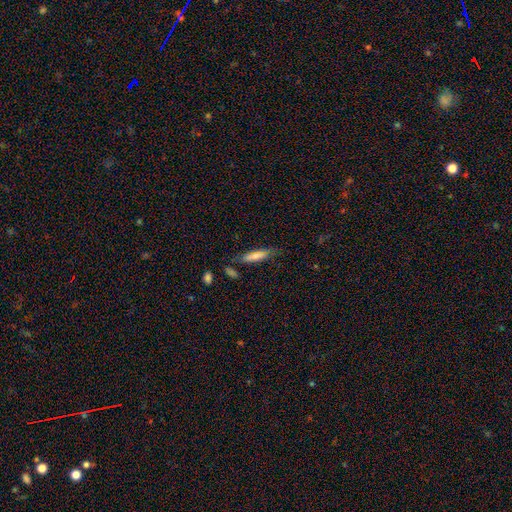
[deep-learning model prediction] A smooth galaxy with no disk features (72%) that is cigar-shaped (77%).

Vote fractions:
- Smooth or featured? smooth: 72% / featured or disk: 21% / star or artifact: 7%
- How rounded? cigar-shaped: 77% / in between: 22% / round: 2%
- Merging? none: 74% / minor disturbance: 17% / major disturbance: 5% / merger: 4%